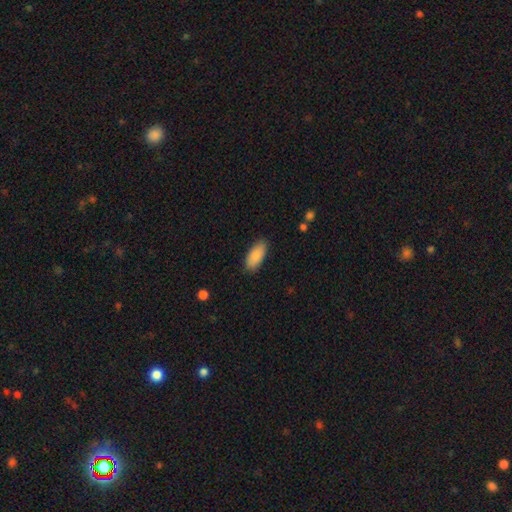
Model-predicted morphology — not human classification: smooth 88%, star or artifact 6%, featured or disk 6%. Down the decision tree: how rounded — in between (89%); merging — none (85%).